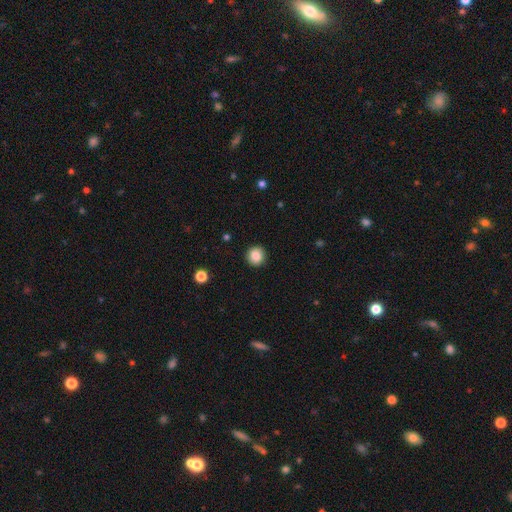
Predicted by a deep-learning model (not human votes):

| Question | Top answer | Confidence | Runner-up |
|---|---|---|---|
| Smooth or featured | smooth | 86% | star or artifact (9%) |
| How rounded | round | 92% | in between (7%) |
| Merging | none | 92% | minor disturbance (6%) |